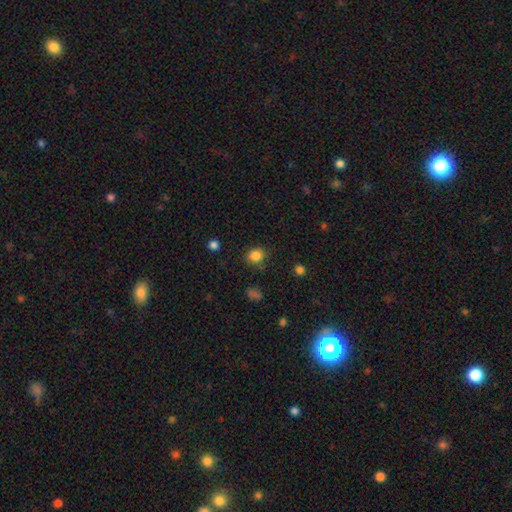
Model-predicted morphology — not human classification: Smooth or featured? smooth (84%)
How rounded? round (78%)
Merging? none (83%)